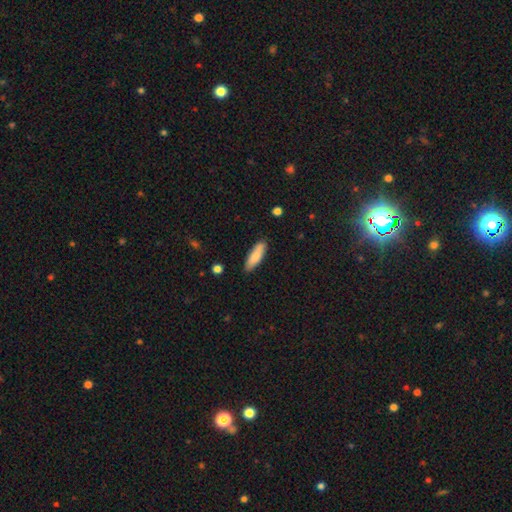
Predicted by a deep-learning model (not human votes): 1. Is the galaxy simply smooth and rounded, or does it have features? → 84% smooth, 10% featured or disk, 6% star or artifact.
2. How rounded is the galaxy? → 53% cigar-shaped, 46% in between, 2% round.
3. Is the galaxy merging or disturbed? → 85% none, 11% minor disturbance, 2% major disturbance, 2% merger.